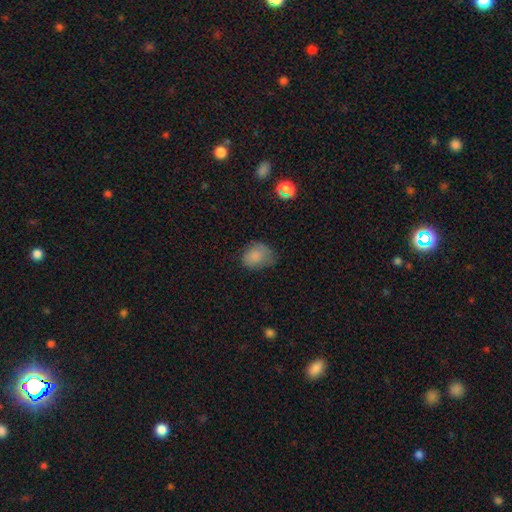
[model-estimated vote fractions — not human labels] smooth-or-featured: smooth: 81% | star or artifact: 10% | featured or disk: 9%
  how-rounded: in between: 59% | round: 40% | cigar-shaped: 1%
  merging: none: 52% | minor disturbance: 34% | major disturbance: 12% | merger: 2%